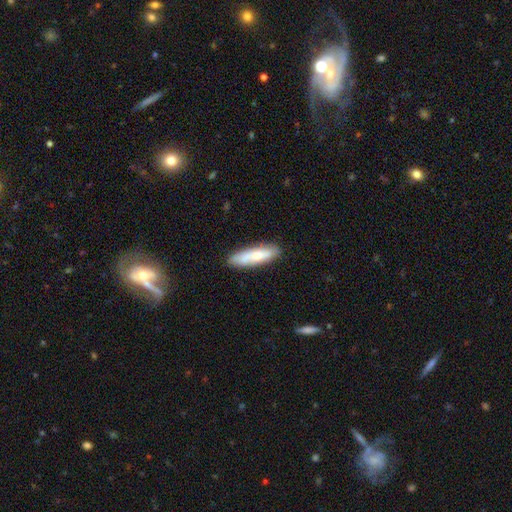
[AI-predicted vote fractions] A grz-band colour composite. It shows a smooth galaxy with no disk features (67%) that is cigar-shaped (66%). Merging: none (80%).